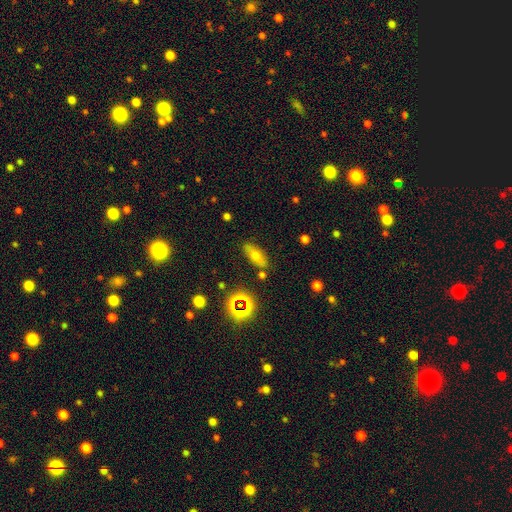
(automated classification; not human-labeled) Q: Smooth or featured?
A: smooth (59%); runner-up: featured or disk (25%)
Q: How rounded?
A: in between (68%); runner-up: cigar-shaped (26%)
Q: Merging?
A: none (82%); runner-up: minor disturbance (11%)